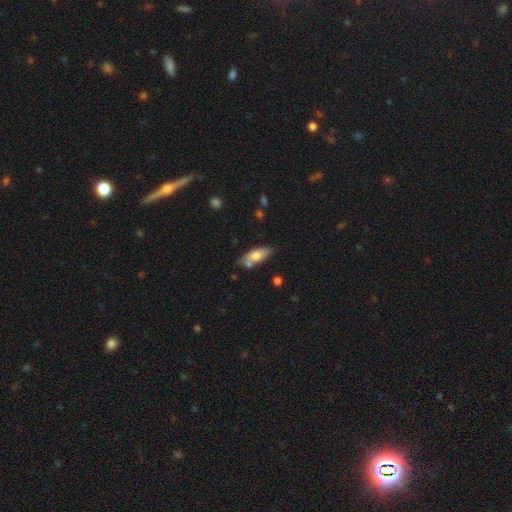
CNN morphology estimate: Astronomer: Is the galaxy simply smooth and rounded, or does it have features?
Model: smooth — 74%.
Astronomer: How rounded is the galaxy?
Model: in between — 78%.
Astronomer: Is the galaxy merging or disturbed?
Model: none — 67%.